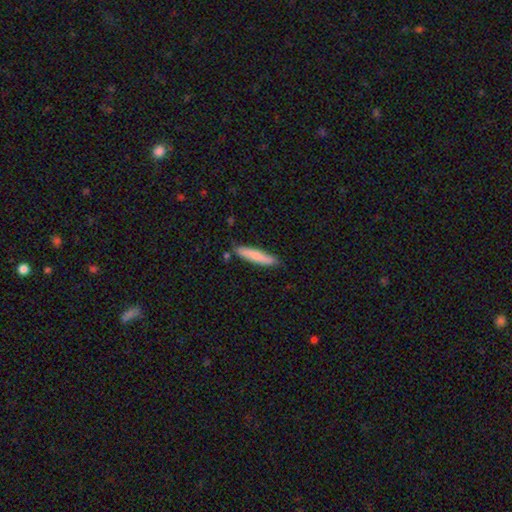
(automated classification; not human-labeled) The model was most divided on "smooth or featured": smooth: 76%, featured or disk: 19%, star or artifact: 6%. More confident: how rounded — cigar-shaped (88%); merging — none (82%).